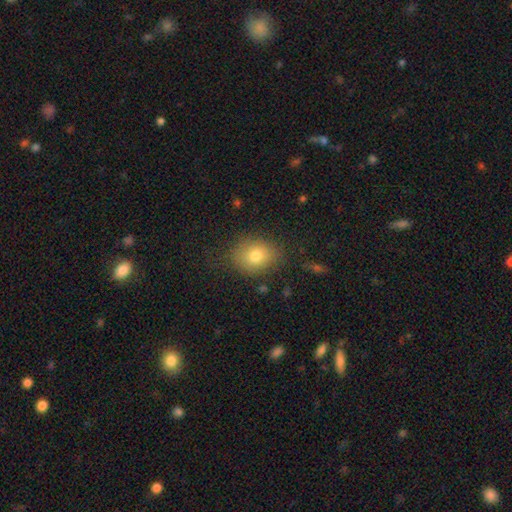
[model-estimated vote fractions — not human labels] Smooth or featured?
  - smooth: 77% *
  - featured or disk: 12%
  - star or artifact: 11%
How rounded?
  - round: 51% *
  - in between: 48%
  - cigar-shaped: 1%
Merging?
  - none: 76% *
  - minor disturbance: 16%
  - major disturbance: 6%
  - merger: 2%